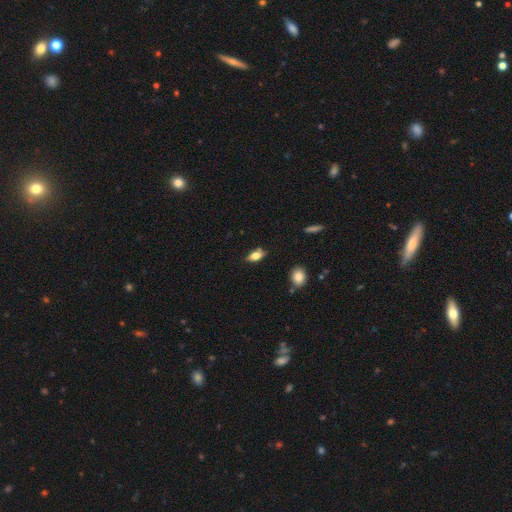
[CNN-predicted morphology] Q: Smooth or featured?
A: smooth (67%); runner-up: featured or disk (25%)
Q: How rounded?
A: in between (81%); runner-up: cigar-shaped (14%)
Q: Merging?
A: none (75%); runner-up: minor disturbance (17%)